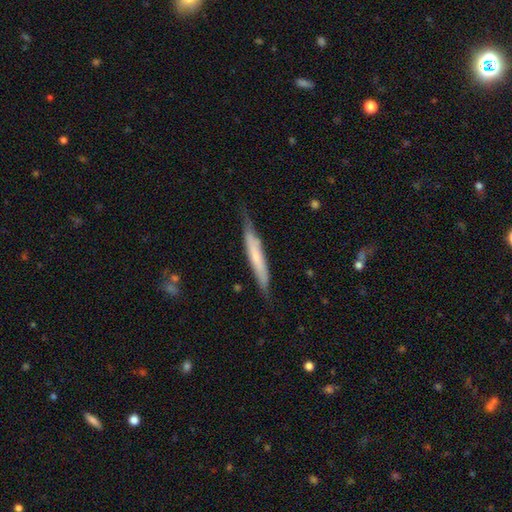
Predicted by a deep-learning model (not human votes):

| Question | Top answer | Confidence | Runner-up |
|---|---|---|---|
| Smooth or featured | smooth | 51% | featured or disk (43%) |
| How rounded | cigar-shaped | 94% | in between (5%) |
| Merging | none | 73% | minor disturbance (21%) |